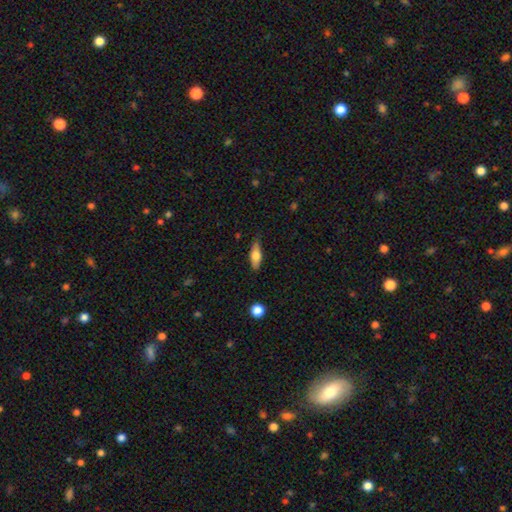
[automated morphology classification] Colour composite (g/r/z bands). It shows a smooth galaxy with no disk features (63%) that is in between round and cigar-shaped (64%). Merging: none (80%).